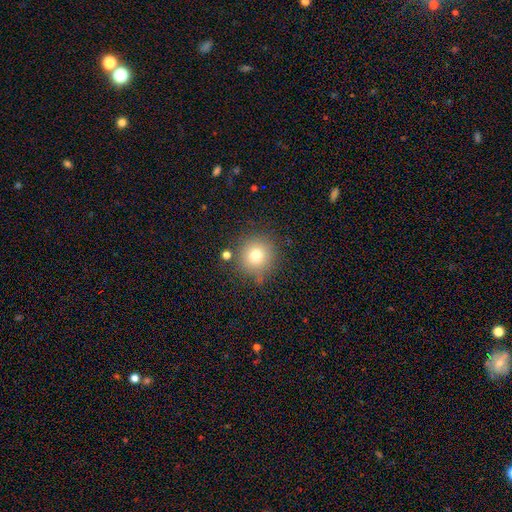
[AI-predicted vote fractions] Morphology: type=smooth (73%); roundness=round (94%); merging=none (81%).